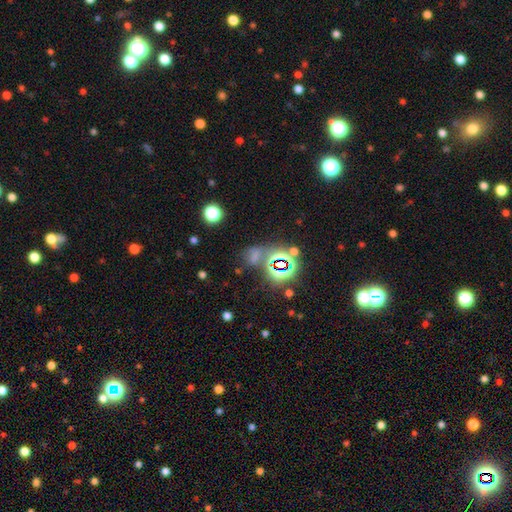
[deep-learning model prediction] Smooth or featured: star or artifact — 53% (smooth — 37%)